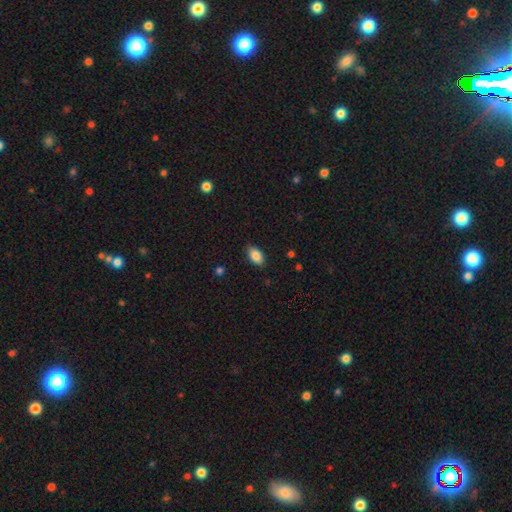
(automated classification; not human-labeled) Overall: smooth (87%). How rounded: in between (92%). Merging: none (86%).